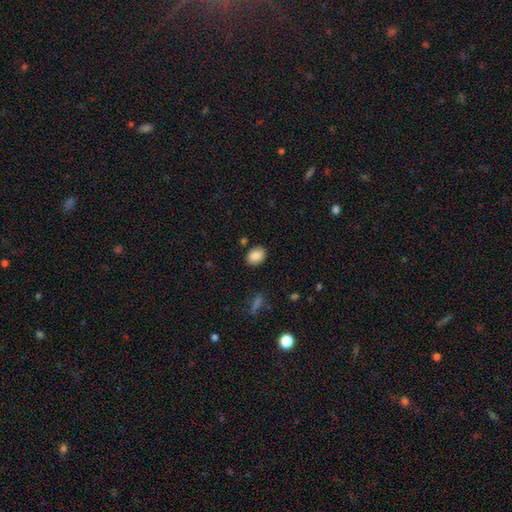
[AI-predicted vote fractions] A smooth galaxy with no disk features (85%) that is in between round and cigar-shaped (70%).

Vote fractions:
- Smooth or featured? smooth: 85% / star or artifact: 8% / featured or disk: 7%
- How rounded? in between: 70% / round: 28% / cigar-shaped: 1%
- Merging? none: 85% / minor disturbance: 11% / merger: 2% / major disturbance: 2%